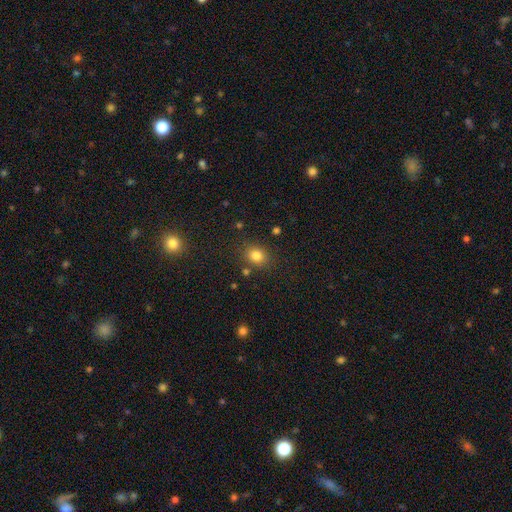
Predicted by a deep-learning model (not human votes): A smooth galaxy with no disk features (81%) that is round (60%). Merging: none (80%).